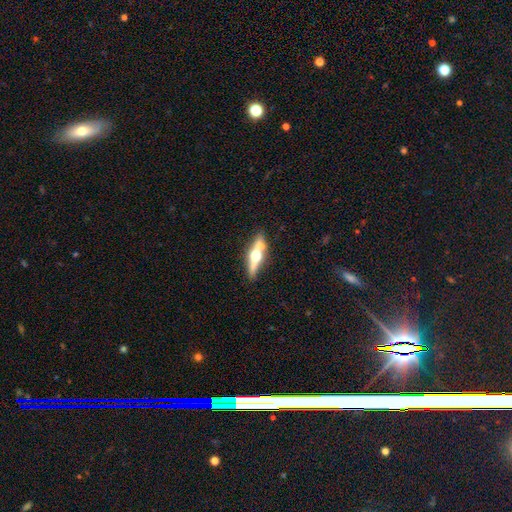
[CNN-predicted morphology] A featured or disk galaxy (70%) viewed edge-on (94%) with a rounded central bulge (96%). Merging: none (74%).